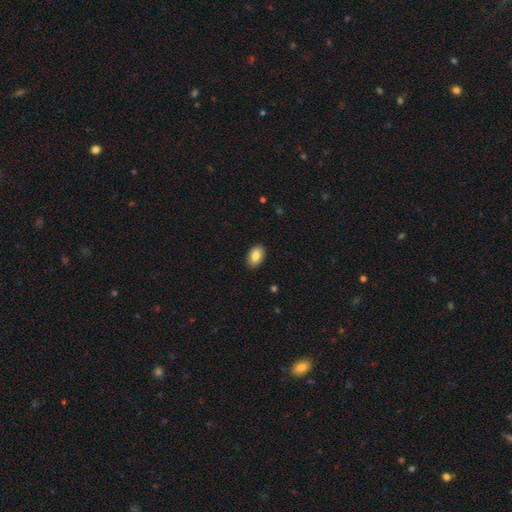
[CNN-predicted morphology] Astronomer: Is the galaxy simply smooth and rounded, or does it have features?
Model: smooth — 85%.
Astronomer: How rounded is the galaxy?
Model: in between — 91%.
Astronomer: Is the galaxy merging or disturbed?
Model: none — 89%.